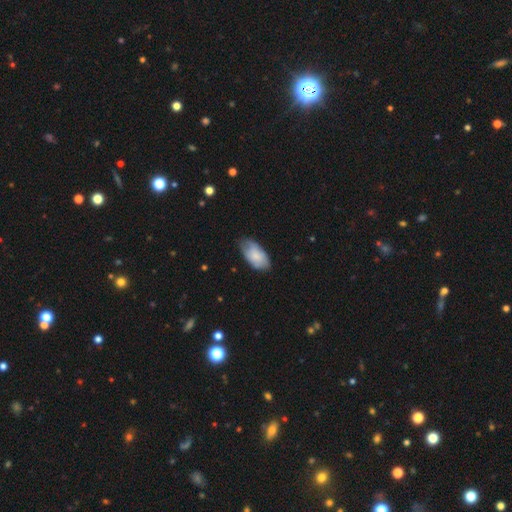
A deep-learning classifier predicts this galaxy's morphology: Smooth or featured? smooth (75%)
How rounded? in between (95%)
Merging? none (64%)